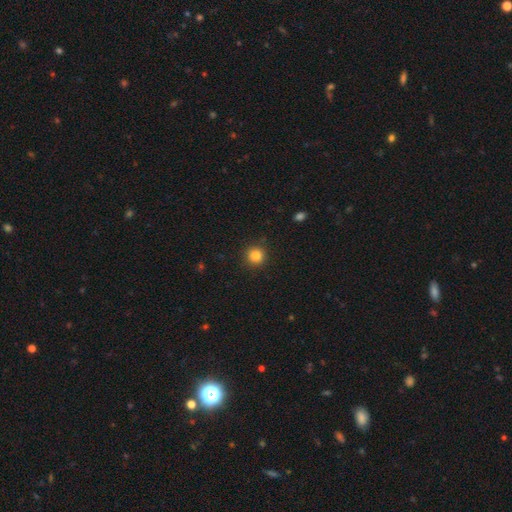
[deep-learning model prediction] Overall: smooth (84%). How rounded: round (94%). Merging: none (91%).